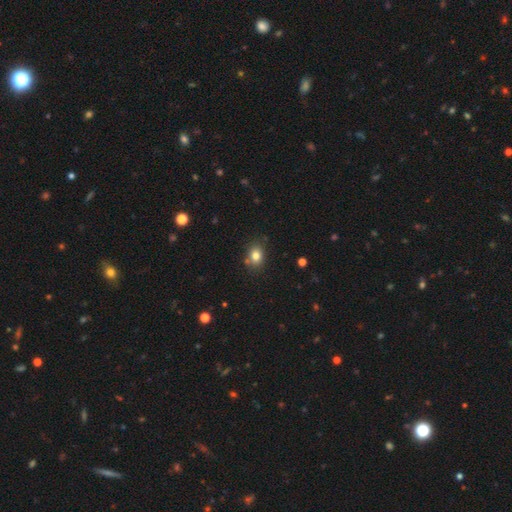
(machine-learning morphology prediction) Q: Smooth or featured?
A: smooth (80%); runner-up: star or artifact (12%)
Q: How rounded?
A: in between (54%); runner-up: round (45%)
Q: Merging?
A: none (80%); runner-up: minor disturbance (12%)